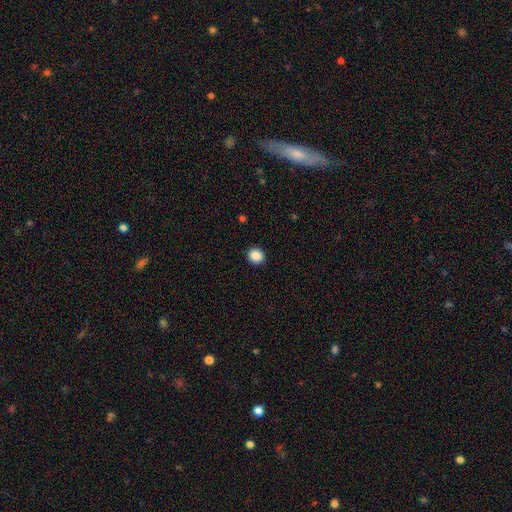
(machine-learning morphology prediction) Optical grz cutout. It shows a smooth galaxy with no disk features (88%) that is round (85%). Merging: none (92%).